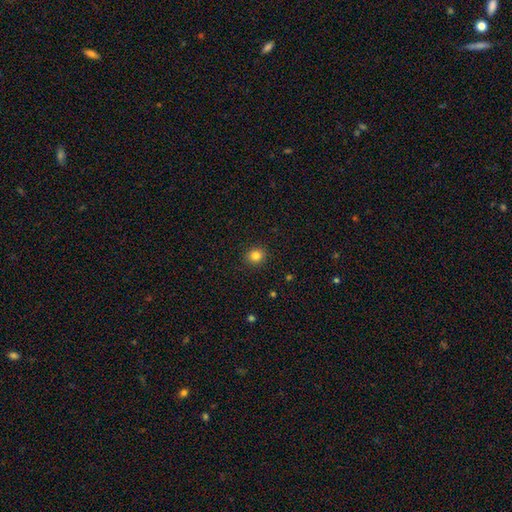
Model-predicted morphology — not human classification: This is clearly a smooth galaxy (83%). How rounded: clearly round (83%). Merging: clearly none (91%).